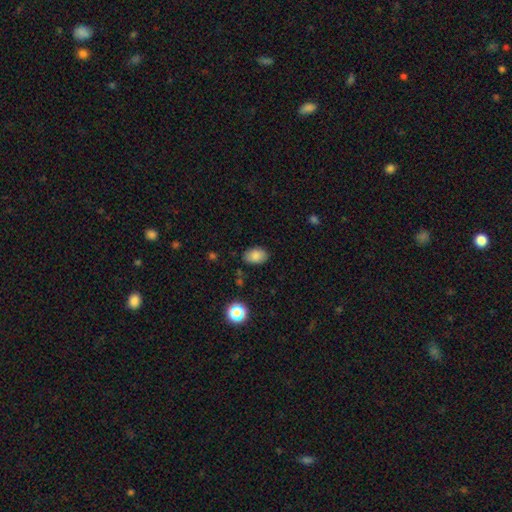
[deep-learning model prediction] Smooth or featured?
  - smooth: 85% *
  - star or artifact: 10%
  - featured or disk: 5%
How rounded?
  - in between: 84% *
  - round: 15%
  - cigar-shaped: 1%
Merging?
  - none: 83% *
  - minor disturbance: 12%
  - major disturbance: 3%
  - merger: 2%